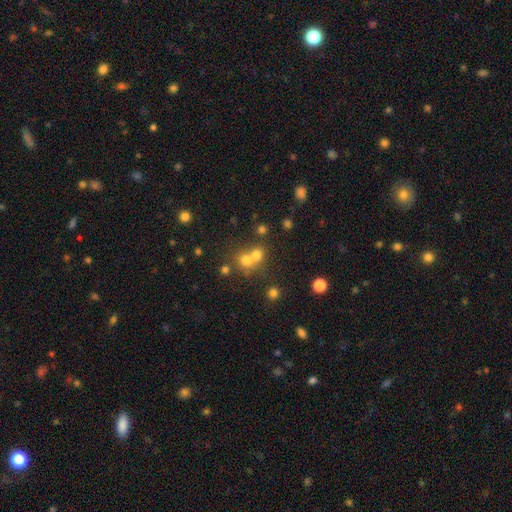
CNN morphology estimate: Smooth or featured? smooth (65%)
How rounded? round (82%)
Merging? merger (51%)